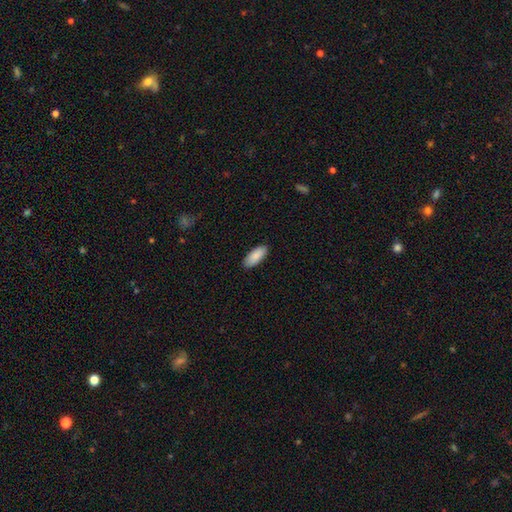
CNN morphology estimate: smooth-or-featured: smooth: 90% | star or artifact: 6% | featured or disk: 4%
  how-rounded: in between: 84% | cigar-shaped: 15% | round: 2%
  merging: none: 89% | minor disturbance: 8% | major disturbance: 2% | merger: 1%